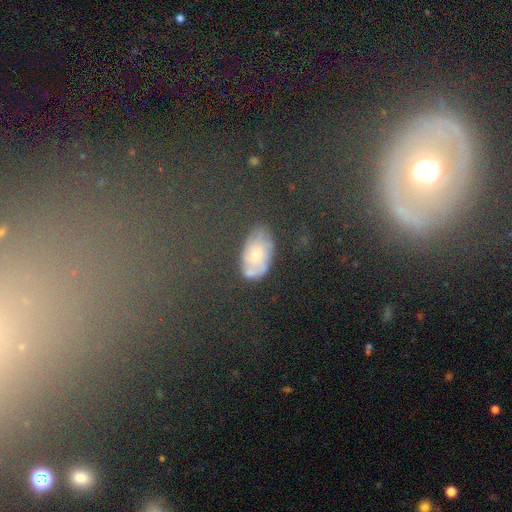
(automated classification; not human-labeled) A smooth galaxy with no disk features (49%).

Vote fractions:
- Smooth or featured? smooth: 49% / featured or disk: 26% / star or artifact: 24%
- Merging? none: 68% / minor disturbance: 19% / major disturbance: 8% / merger: 5%